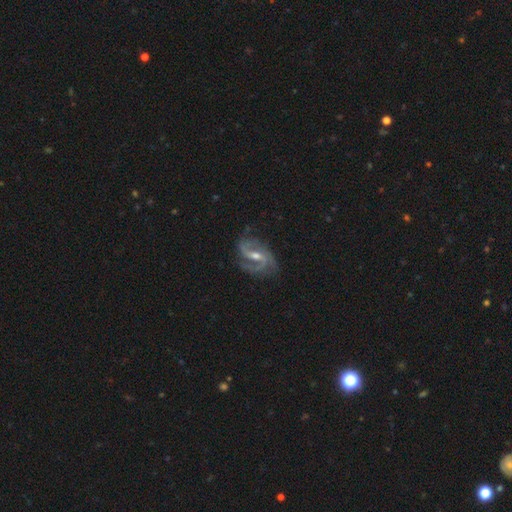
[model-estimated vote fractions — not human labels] Smooth or featured: featured or disk — 89% (star or artifact — 6%)
Edge-on disk: no — 97% (yes — 3%)
Bar: weak — 47% (strong — 32%)
Spiral arms: yes — 97% (no — 3%)
Spiral winding: medium — 52% (loose — 28%)
Spiral arm count: 2 — 63% (3 — 19%)
Bulge size: moderate — 57% (small — 38%)
Merging: none — 70% (minor disturbance — 19%)